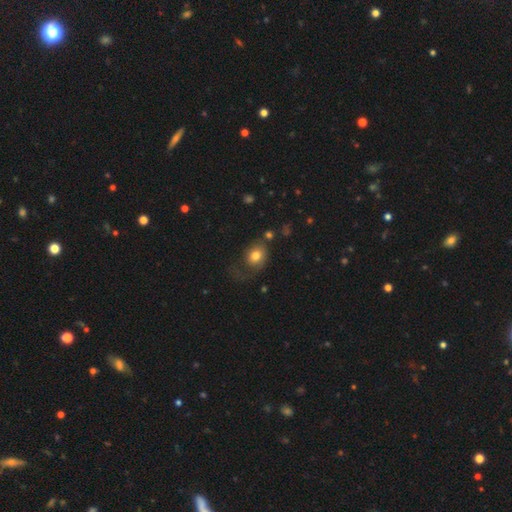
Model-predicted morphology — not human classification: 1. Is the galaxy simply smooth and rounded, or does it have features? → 73% smooth, 18% featured or disk, 9% star or artifact.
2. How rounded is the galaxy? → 52% in between, 47% round, 1% cigar-shaped.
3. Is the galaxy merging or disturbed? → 42% none, 31% major disturbance, 22% minor disturbance, 5% merger.